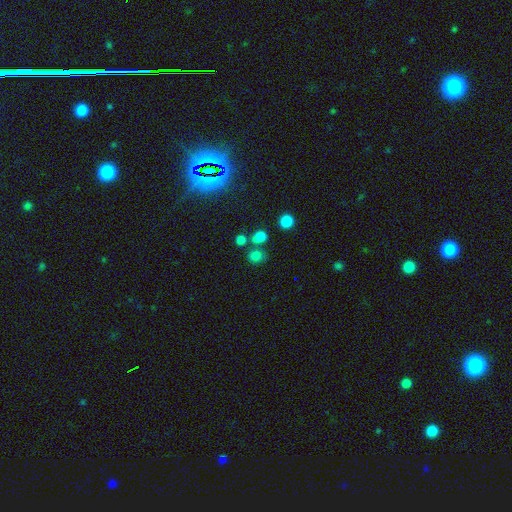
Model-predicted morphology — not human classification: Smooth or featured?
  - smooth: 73% *
  - star or artifact: 20%
  - featured or disk: 7%
How rounded?
  - round: 67% *
  - in between: 32%
  - cigar-shaped: 1%
Merging?
  - none: 63% *
  - merger: 20%
  - minor disturbance: 12%
  - major disturbance: 5%